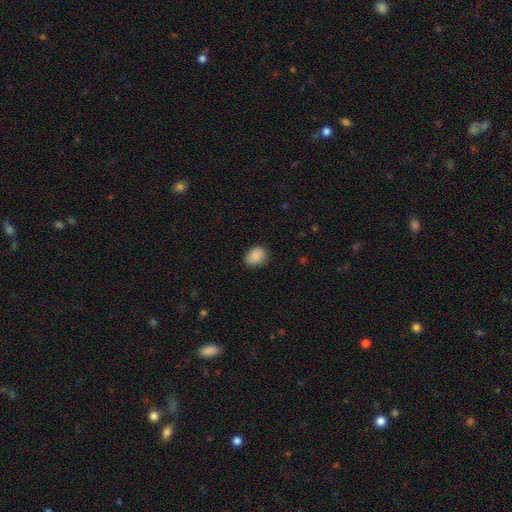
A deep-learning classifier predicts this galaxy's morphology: Smooth or featured?
  - smooth: 89% *
  - star or artifact: 8%
  - featured or disk: 3%
How rounded?
  - in between: 67% *
  - round: 32%
  - cigar-shaped: 1%
Merging?
  - none: 78% *
  - minor disturbance: 17%
  - major disturbance: 3%
  - merger: 1%